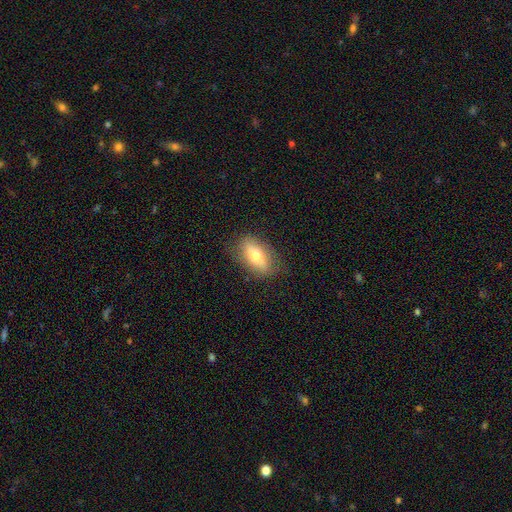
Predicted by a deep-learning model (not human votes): This appears to be a smooth galaxy with no disk features (63%) that is in between round and cigar-shaped (80%). Merging: none (81%).